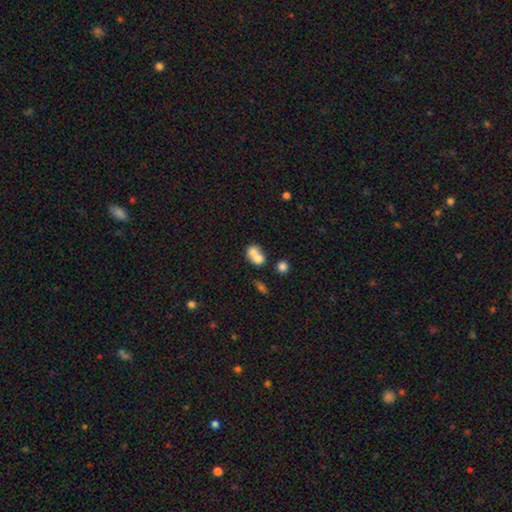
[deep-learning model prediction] Smooth or featured? smooth (71%)
How rounded? round (54%)
Merging? merger (68%)